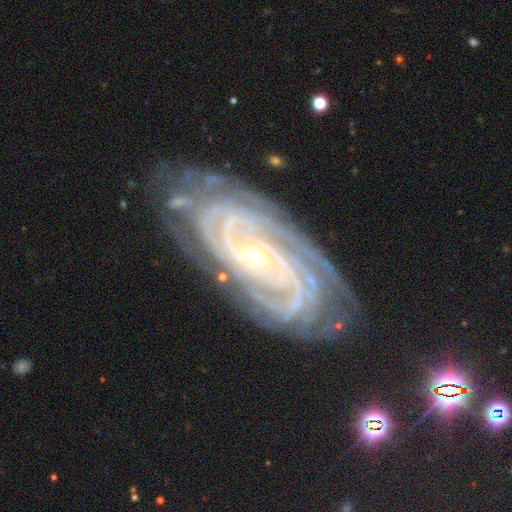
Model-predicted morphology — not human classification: A featured or disk galaxy (91%) with no bar (58%), 4 (24%) tight (78%) spiral arms (98%) and a small central bulge (69%).

Vote fractions:
- Smooth or featured? featured or disk: 91% / star or artifact: 5% / smooth: 4%
- Edge-on disk? no: 95% / yes: 5%
- Bar? no: 58% / weak: 27% / strong: 16%
- Spiral arms? yes: 98% / no: 2%
- Spiral winding? tight: 78% / medium: 20% / loose: 3%
- Spiral arm count? 4: 24% / 3: 19% / can't tell: 19% / more than 4: 18% / 2: 14% / 1: 6%
- Bulge size? small: 69% / moderate: 27% / large: 2% / none: 1% / dominant: 1%
- Merging? none: 72% / minor disturbance: 19% / major disturbance: 7% / merger: 2%